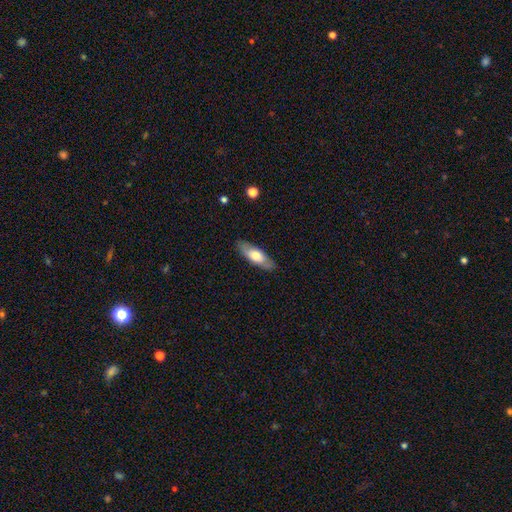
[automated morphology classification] smooth 62%, featured or disk 32%, star or artifact 6%. Down the decision tree: how rounded — in between (60%); merging — none (85%).